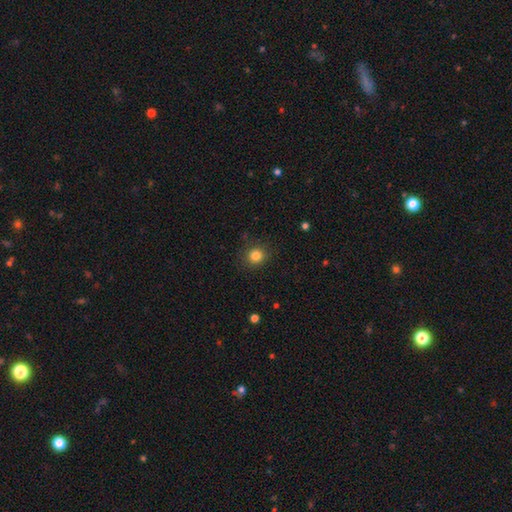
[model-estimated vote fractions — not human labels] This appears to be a smooth galaxy with no disk features (83%) that is round (86%). Merging: none (87%).